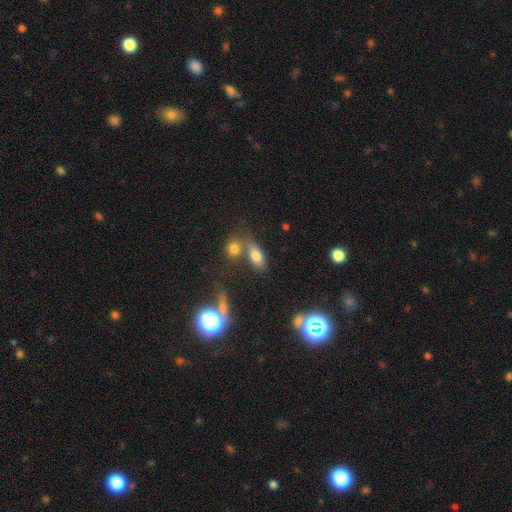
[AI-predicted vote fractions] A smooth galaxy with no disk features (74%) that is in between round and cigar-shaped (84%). Merging: none (47%).